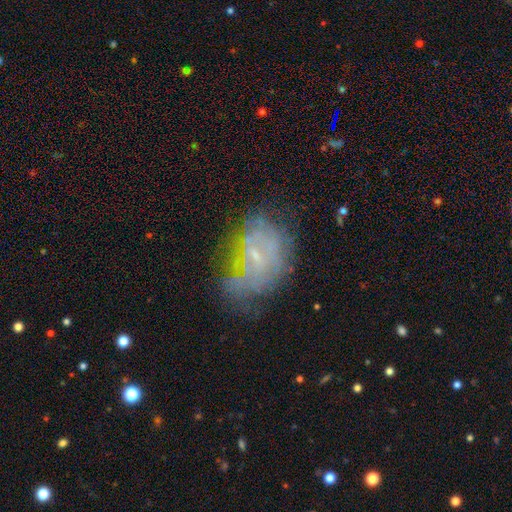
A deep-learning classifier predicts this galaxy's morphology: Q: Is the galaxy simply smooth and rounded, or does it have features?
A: featured or disk — 60%.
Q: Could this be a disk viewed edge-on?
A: no — 97%.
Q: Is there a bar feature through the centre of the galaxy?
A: no — 52%.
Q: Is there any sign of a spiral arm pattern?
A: no — 53%.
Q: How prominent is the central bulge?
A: small — 62%.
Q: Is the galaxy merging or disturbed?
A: none — 45%.